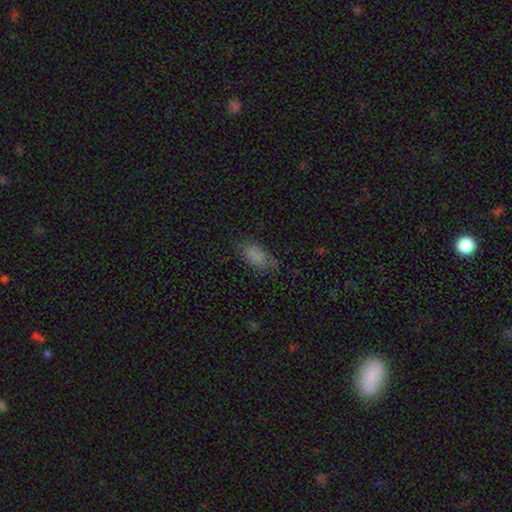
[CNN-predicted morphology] Smooth or featured: smooth — 83% (star or artifact — 11%)
How rounded: in between — 91% (cigar-shaped — 5%)
Merging: none — 67% (minor disturbance — 24%)